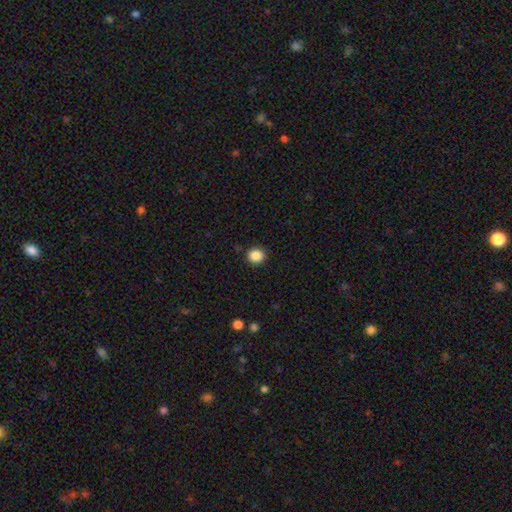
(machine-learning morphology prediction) Q: Smooth or featured?
A: smooth (87%); runner-up: star or artifact (10%)
Q: How rounded?
A: round (84%); runner-up: in between (15%)
Q: Merging?
A: none (90%); runner-up: minor disturbance (7%)